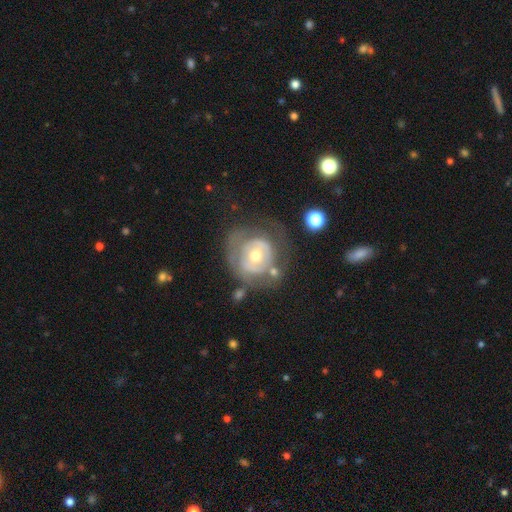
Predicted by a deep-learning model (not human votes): Q: Smooth or featured?
A: featured or disk (68%); runner-up: smooth (26%)
Q: Edge-on disk?
A: no (97%); runner-up: yes (3%)
Q: Bar?
A: no (76%); runner-up: weak (19%)
Q: Spiral arms?
A: yes (51%); runner-up: no (49%)
Q: Bulge size?
A: moderate (63%); runner-up: small (31%)
Q: Merging?
A: none (53%); runner-up: minor disturbance (22%)